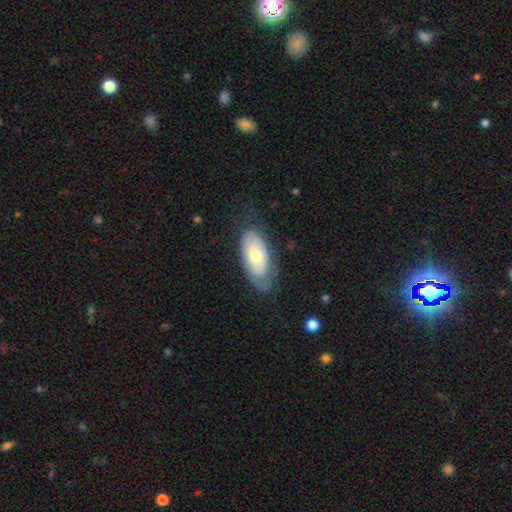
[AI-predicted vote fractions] This appears to be a smooth galaxy with no disk features (60%) that is in between round and cigar-shaped (92%). Merging: none (62%).